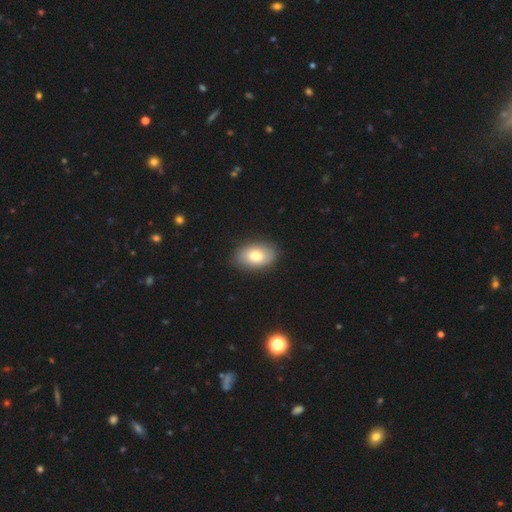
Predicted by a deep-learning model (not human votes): Smooth or featured?
  - smooth: 78% *
  - featured or disk: 15%
  - star or artifact: 7%
How rounded?
  - in between: 90% *
  - round: 9%
  - cigar-shaped: 1%
Merging?
  - none: 88% *
  - minor disturbance: 9%
  - major disturbance: 2%
  - merger: 1%